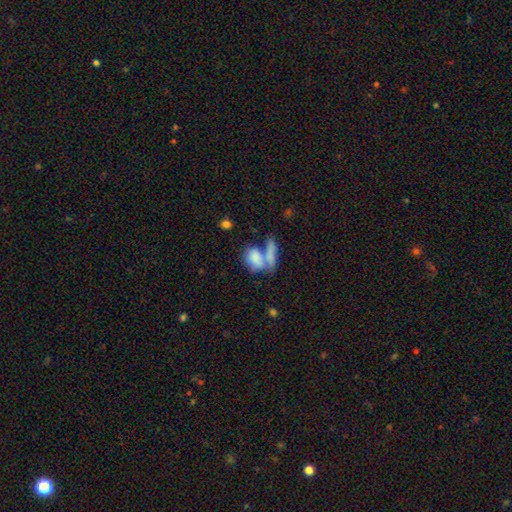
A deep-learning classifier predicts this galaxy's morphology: A smooth galaxy with no disk features (77%) that is in between round and cigar-shaped (77%).

Vote fractions:
- Smooth or featured? smooth: 77% / featured or disk: 16% / star or artifact: 8%
- How rounded? in between: 77% / round: 16% / cigar-shaped: 7%
- Merging? merger: 57% / none: 26% / minor disturbance: 9% / major disturbance: 7%